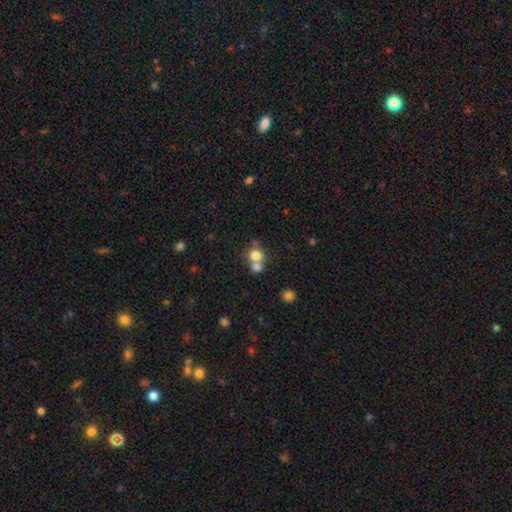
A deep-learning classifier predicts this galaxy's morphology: A smooth galaxy with no disk features (77%) that is round (84%). Merging: merger (50%).